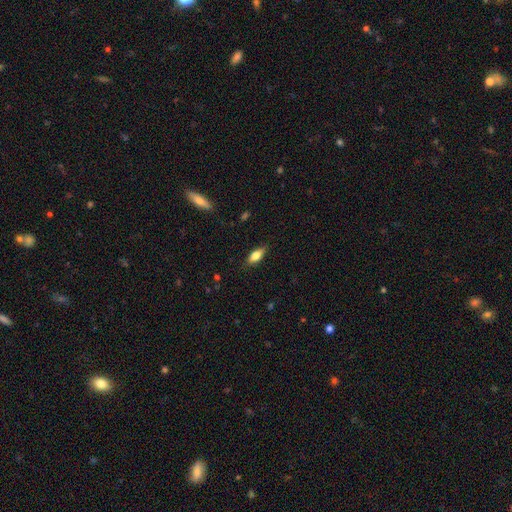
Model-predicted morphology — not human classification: Smooth or featured? smooth (72%)
How rounded? in between (73%)
Merging? none (83%)